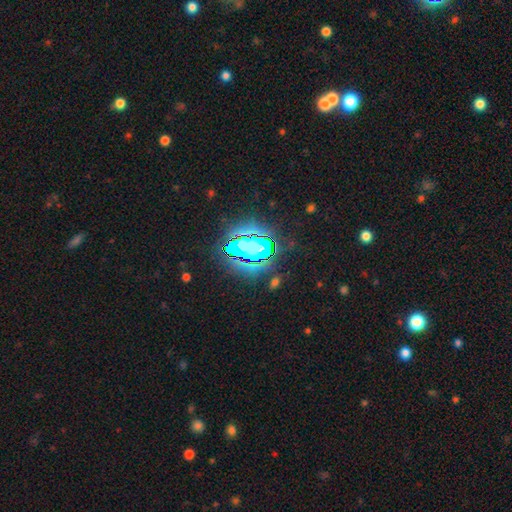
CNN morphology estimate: The model was most divided on "smooth or featured": star or artifact: 72%, smooth: 15%, featured or disk: 13%.